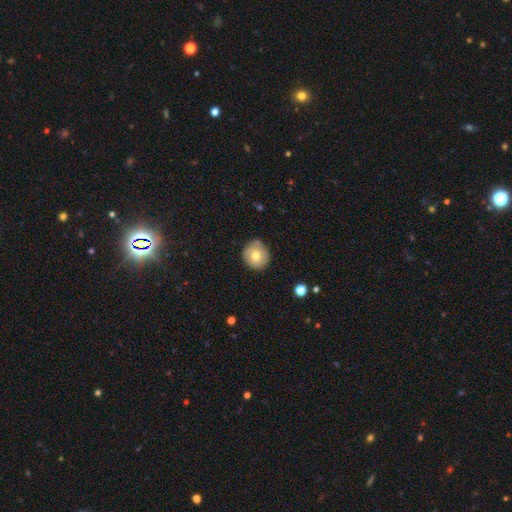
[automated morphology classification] smooth-or-featured: smooth: 69% | featured or disk: 23% | star or artifact: 8%
  how-rounded: round: 92% | in between: 7% | cigar-shaped: 1%
  merging: none: 82% | minor disturbance: 12% | merger: 3% | major disturbance: 2%